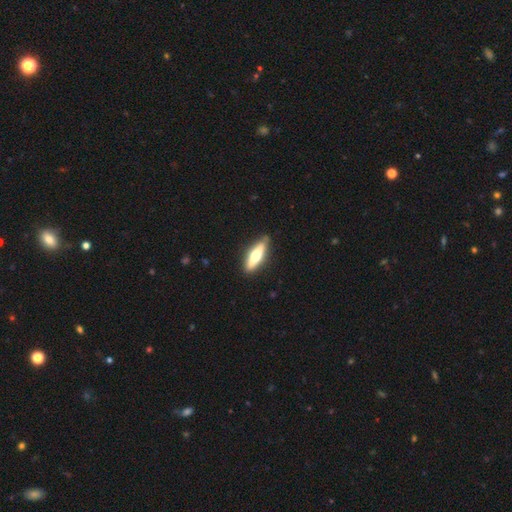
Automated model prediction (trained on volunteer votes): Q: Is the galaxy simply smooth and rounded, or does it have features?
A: featured or disk — 48%.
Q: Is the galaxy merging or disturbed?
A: none — 87%.